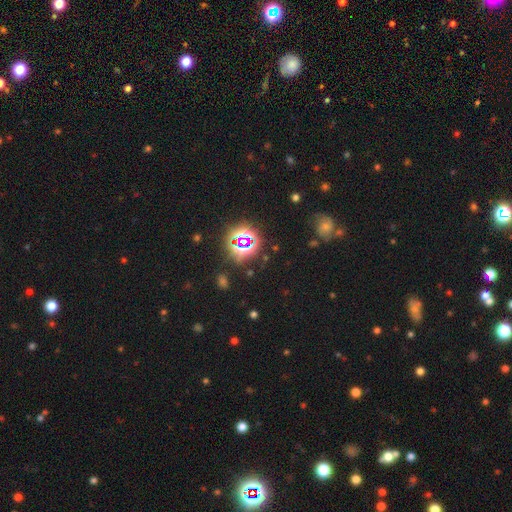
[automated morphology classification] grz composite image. It shows a star or artifact, not a galaxy (74%).